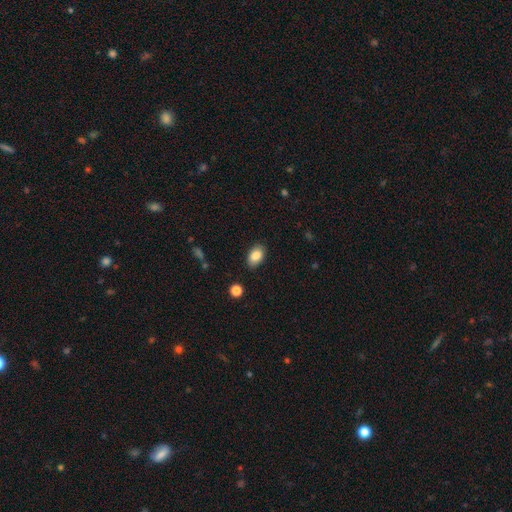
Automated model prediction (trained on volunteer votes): A smooth galaxy with no disk features (86%) that is in between round and cigar-shaped (89%).

Vote fractions:
- Smooth or featured? smooth: 86% / star or artifact: 8% / featured or disk: 7%
- How rounded? in between: 89% / round: 10% / cigar-shaped: 1%
- Merging? none: 86% / minor disturbance: 11% / major disturbance: 2% / merger: 1%